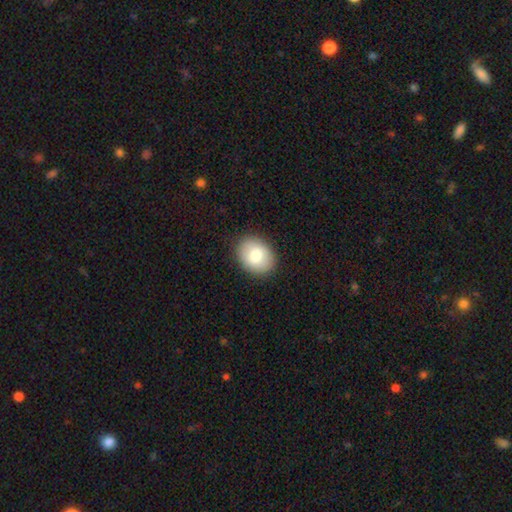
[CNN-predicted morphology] smooth 81%, featured or disk 12%, star or artifact 7%. Down the decision tree: how rounded — in between (60%); merging — none (89%).